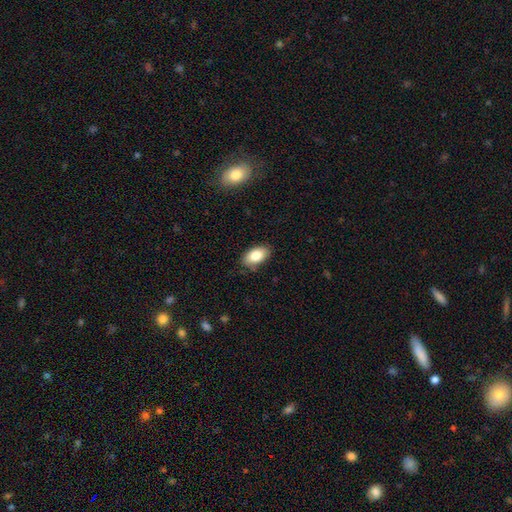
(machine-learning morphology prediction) This appears to be a smooth galaxy with no disk features (83%) that is in between round and cigar-shaped (93%). Merging: none (82%).